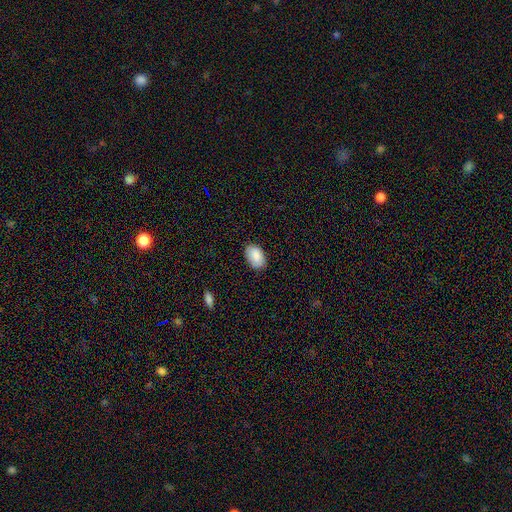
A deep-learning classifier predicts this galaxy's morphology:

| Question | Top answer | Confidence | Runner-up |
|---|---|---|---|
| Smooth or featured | smooth | 88% | star or artifact (6%) |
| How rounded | in between | 91% | round (8%) |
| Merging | none | 83% | minor disturbance (13%) |